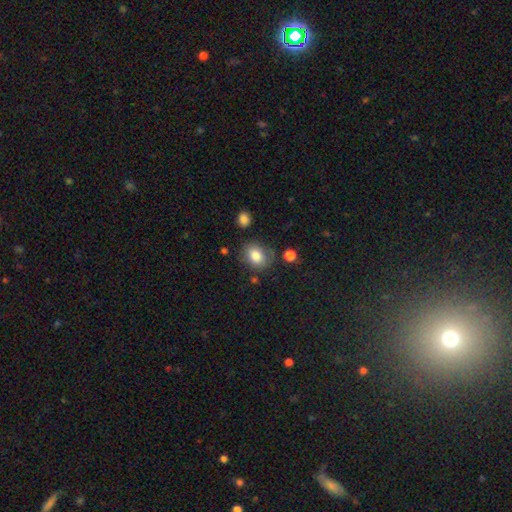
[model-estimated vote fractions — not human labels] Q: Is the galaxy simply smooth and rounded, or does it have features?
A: smooth — 82%.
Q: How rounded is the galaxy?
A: round — 50%.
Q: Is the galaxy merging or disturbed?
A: none — 72%.